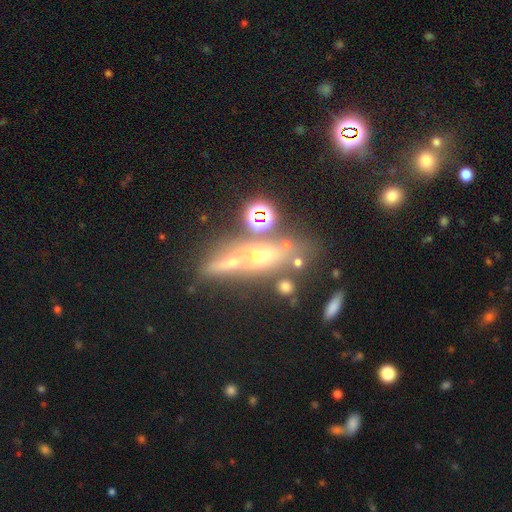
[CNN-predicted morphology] The model was most divided on "smooth or featured": smooth: 42%, featured or disk: 35%, star or artifact: 23%. More confident: merging — none (57%).